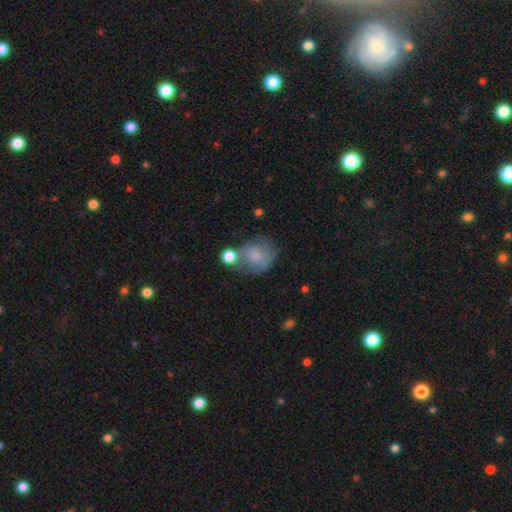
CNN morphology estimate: This appears to be a smooth galaxy with no disk features (65%) that is round (62%). Merging: none (38%).